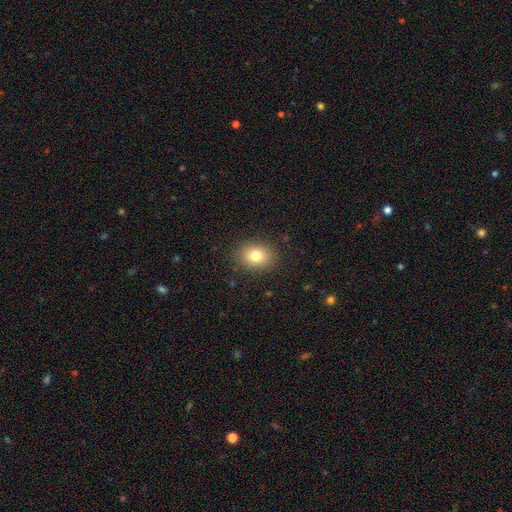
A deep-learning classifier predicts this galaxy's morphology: The model was most divided on "how rounded": in between: 54%, round: 45%, cigar-shaped: 1%. More confident: merging — none (87%); smooth or featured — smooth (79%).